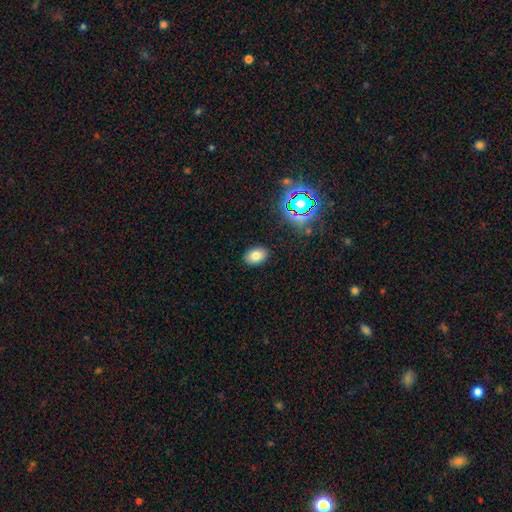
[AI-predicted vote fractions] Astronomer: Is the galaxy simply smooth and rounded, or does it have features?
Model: smooth — 77%.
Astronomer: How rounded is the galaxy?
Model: in between — 82%.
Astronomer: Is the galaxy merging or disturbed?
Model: none — 87%.